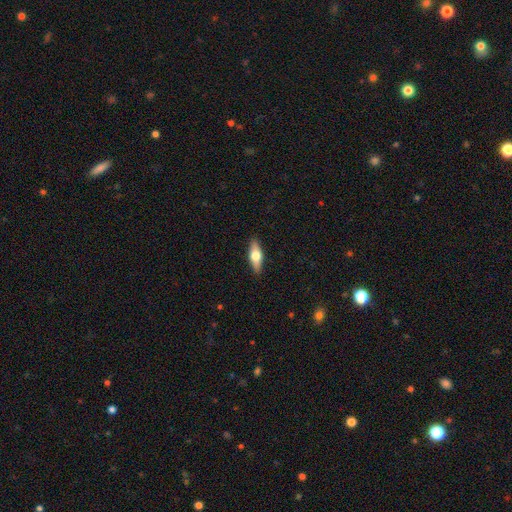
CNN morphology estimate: A smooth galaxy with no disk features (55%) that is in between round and cigar-shaped (63%). Merging: none (89%).